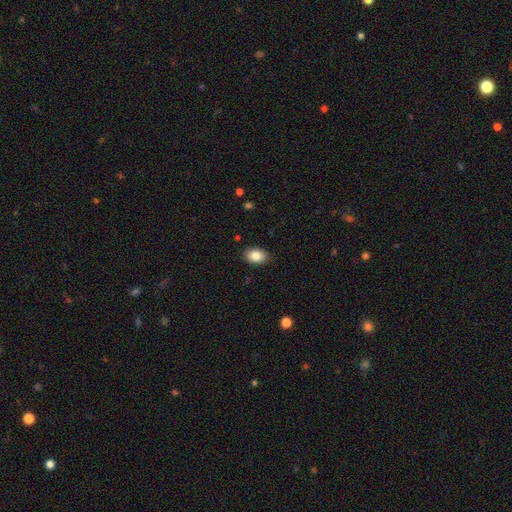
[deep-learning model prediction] smooth_or_featured: smooth (p=0.85) [alt: star or artifact p=0.08]
how_rounded: in between (p=0.85) [alt: round p=0.14]
merging: none (p=0.88) [alt: minor disturbance p=0.09]